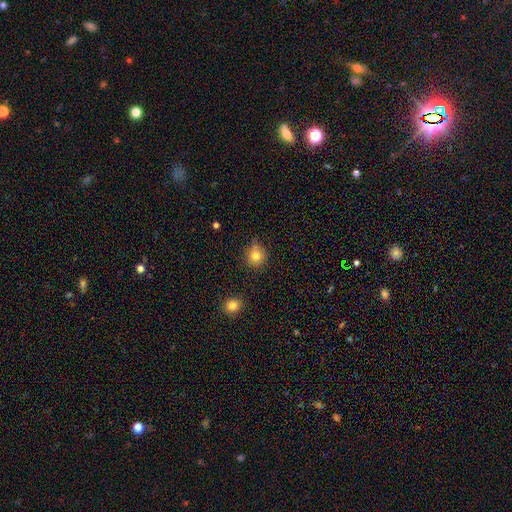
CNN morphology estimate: This appears to be a smooth galaxy with no disk features (81%) that is round (88%). Merging: none (74%).